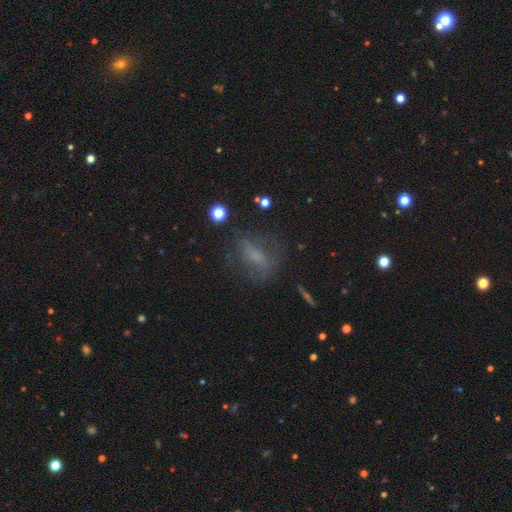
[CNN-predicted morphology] Smooth or featured?
  - smooth: 51% *
  - featured or disk: 30%
  - star or artifact: 19%
How rounded?
  - in between: 59% *
  - cigar-shaped: 27%
  - round: 14%
Merging?
  - none: 61% *
  - minor disturbance: 20%
  - major disturbance: 17%
  - merger: 3%